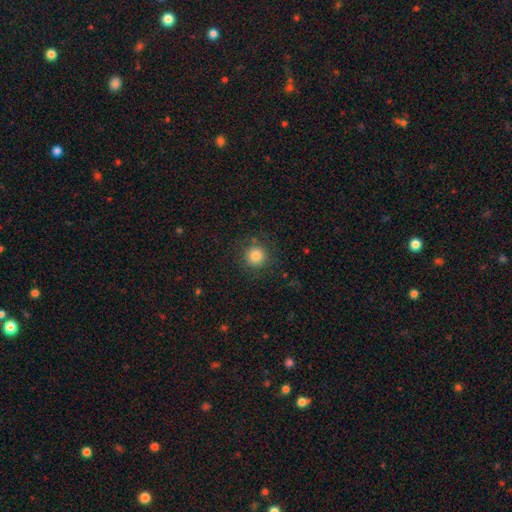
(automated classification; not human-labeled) smooth 83%, star or artifact 11%, featured or disk 5%. Down the decision tree: how rounded — round (95%); merging — none (87%).